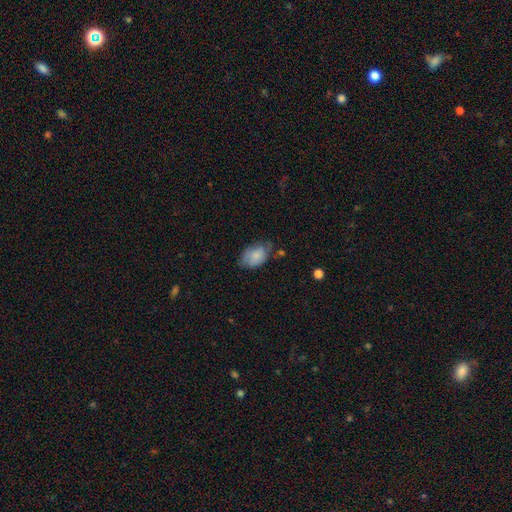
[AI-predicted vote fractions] A smooth galaxy with no disk features (79%) that is in between round and cigar-shaped (88%).

Vote fractions:
- Smooth or featured? smooth: 79% / featured or disk: 14% / star or artifact: 7%
- How rounded? in between: 88% / round: 11% / cigar-shaped: 1%
- Merging? none: 51% / minor disturbance: 36% / major disturbance: 10% / merger: 3%